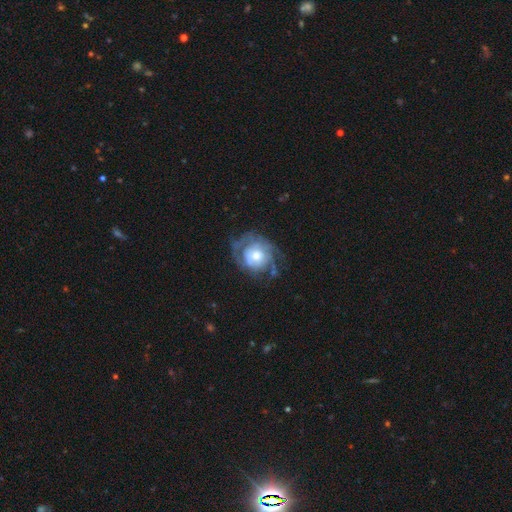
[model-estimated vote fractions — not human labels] This is likely a featured or disk galaxy (62%). It is clearly not viewed edge-on (97%). Bar: clearly no (83%). Spiral arm pattern: likely yes (63%). Central bulge: possibly moderate (57%). Merging: possibly none (51%).